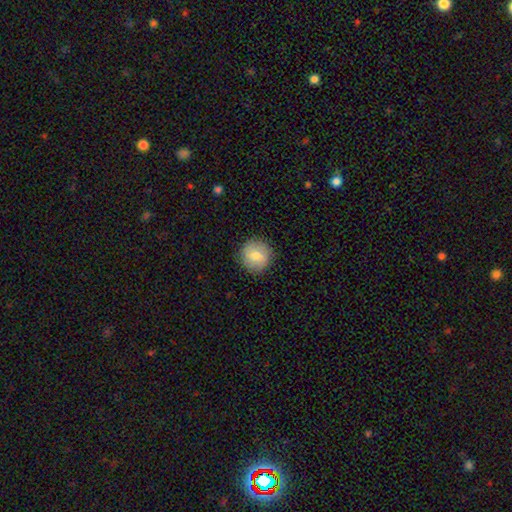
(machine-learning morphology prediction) This appears to be a smooth galaxy with no disk features (77%) that is round (94%). Merging: none (88%).